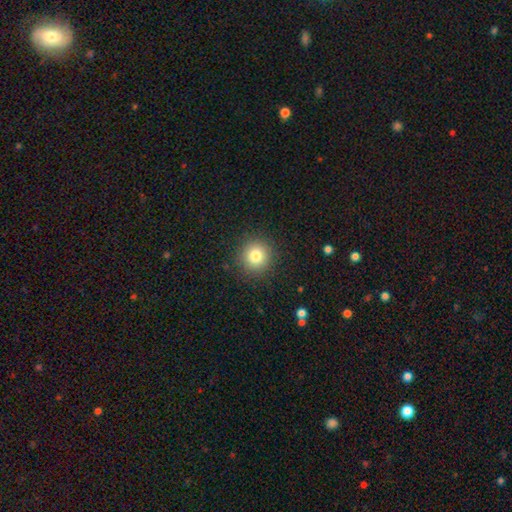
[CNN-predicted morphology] smooth_or_featured: smooth (p=0.81) [alt: star or artifact p=0.12]
how_rounded: round (p=0.93) [alt: in between p=0.06]
merging: none (p=0.90) [alt: minor disturbance p=0.06]